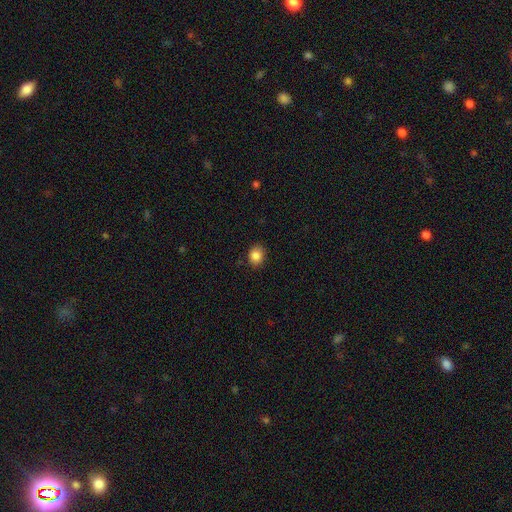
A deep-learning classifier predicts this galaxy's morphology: Smooth or featured?
  - smooth: 86% *
  - star or artifact: 9%
  - featured or disk: 5%
How rounded?
  - round: 63% *
  - in between: 36%
  - cigar-shaped: 1%
Merging?
  - none: 87% *
  - minor disturbance: 10%
  - major disturbance: 2%
  - merger: 1%